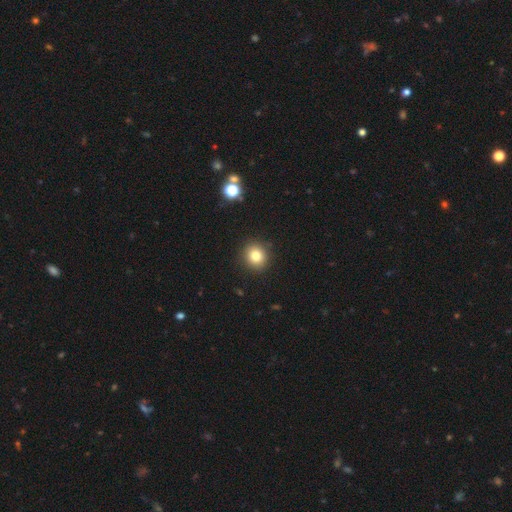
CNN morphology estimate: A smooth galaxy with no disk features (80%) that is round (88%). Merging: none (91%).